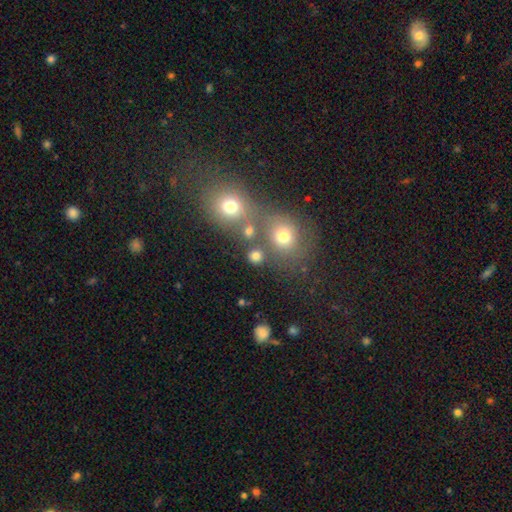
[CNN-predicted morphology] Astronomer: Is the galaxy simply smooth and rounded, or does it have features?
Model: smooth — 75%.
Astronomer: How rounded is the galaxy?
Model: round — 83%.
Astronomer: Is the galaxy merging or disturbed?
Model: none — 66%.